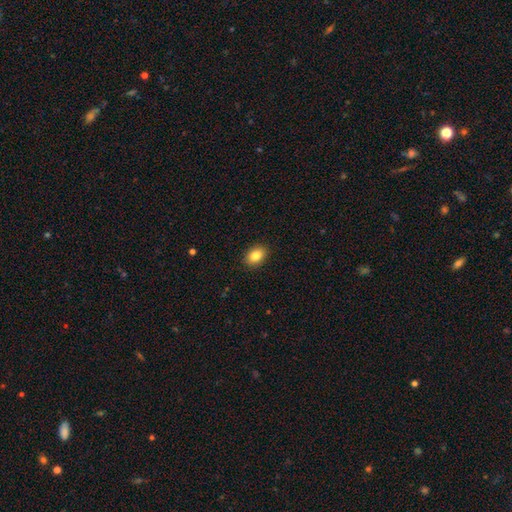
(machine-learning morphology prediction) smooth-or-featured: smooth: 84% | star or artifact: 9% | featured or disk: 7%
  how-rounded: in between: 71% | round: 28% | cigar-shaped: 1%
  merging: none: 90% | minor disturbance: 7% | major disturbance: 2% | merger: 1%